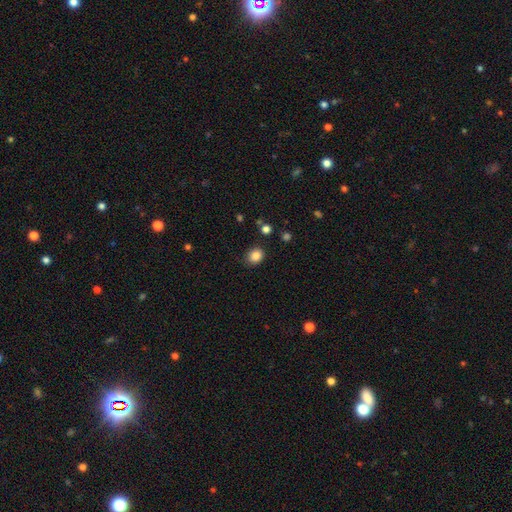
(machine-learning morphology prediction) smooth_or_featured: smooth (p=0.85) [alt: star or artifact p=0.11]
how_rounded: round (p=0.67) [alt: in between p=0.33]
merging: none (p=0.85) [alt: minor disturbance p=0.11]